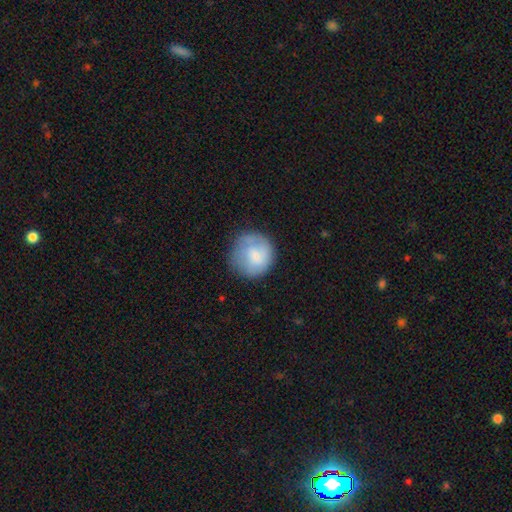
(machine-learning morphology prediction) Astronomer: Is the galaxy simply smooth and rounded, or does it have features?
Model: smooth — 69%.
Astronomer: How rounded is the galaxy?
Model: round — 91%.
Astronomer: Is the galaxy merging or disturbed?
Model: none — 69%.